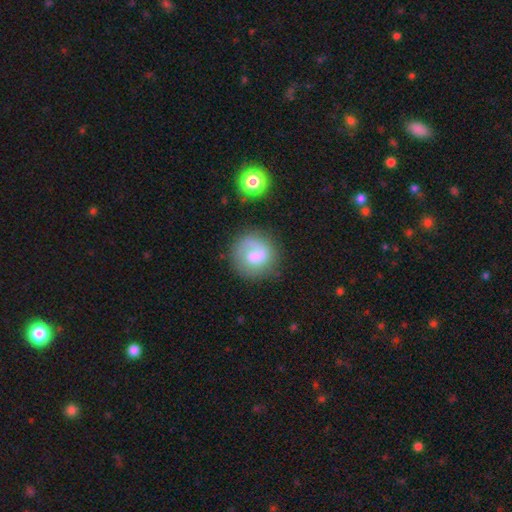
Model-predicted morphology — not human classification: A featured or disk galaxy (54%) with no bar (48%), spiral arms (83%) and a moderate central bulge (38%). Merging: none (69%).